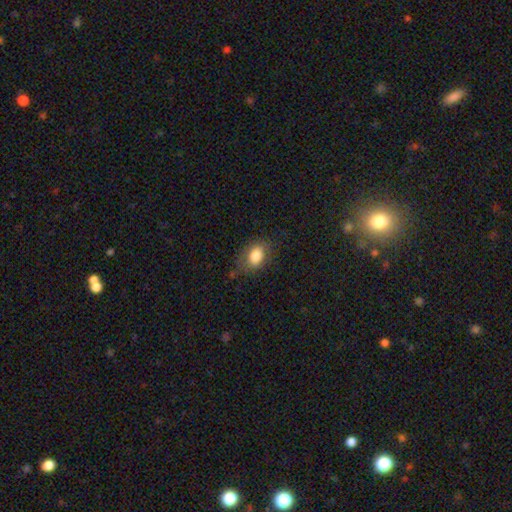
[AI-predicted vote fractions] Morphology: type=smooth (80%); roundness=in between (79%); merging=none (68%).